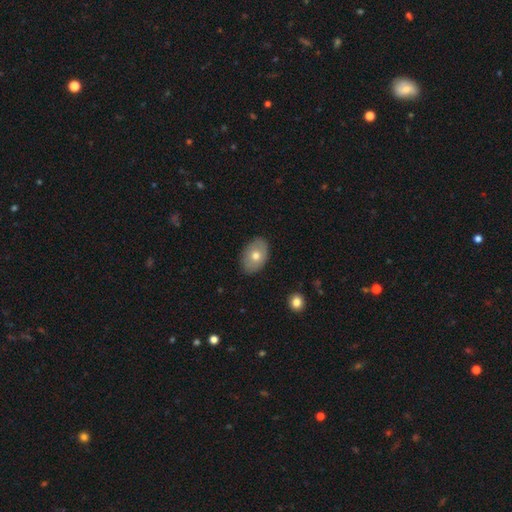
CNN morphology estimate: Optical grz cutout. It shows a smooth galaxy with no disk features (69%) that is in between round and cigar-shaped (84%). Merging: none (85%).